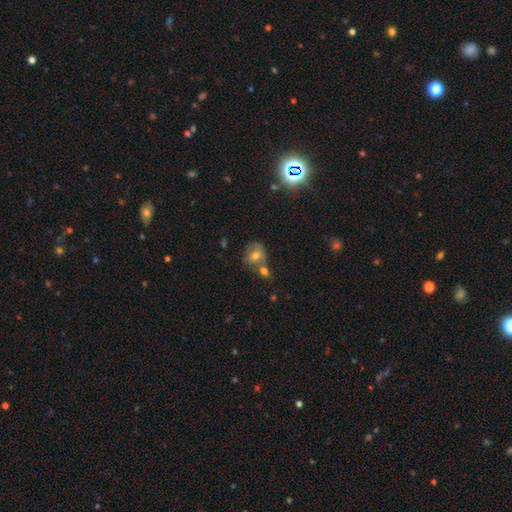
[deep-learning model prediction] The model was most divided on "merging": none: 39%, merger: 38%, minor disturbance: 15%, major disturbance: 7%. More confident: how rounded — round (62%); smooth or featured — smooth (61%).